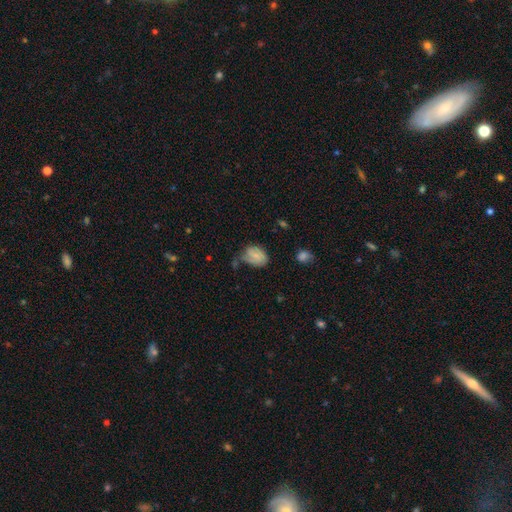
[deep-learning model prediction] Smooth or featured: smooth — 68% (featured or disk — 23%)
How rounded: in between — 70% (round — 29%)
Merging: none — 43% (minor disturbance — 36%)